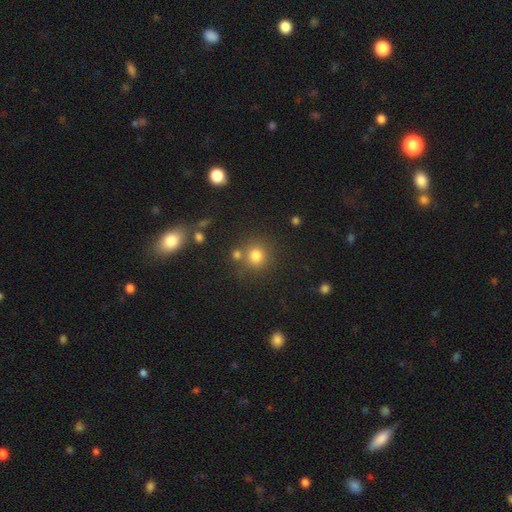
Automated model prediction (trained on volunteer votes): Smooth or featured? Predicted: smooth (p=0.77). How rounded? Predicted: round (p=0.89). Merging? Predicted: none (p=0.71).